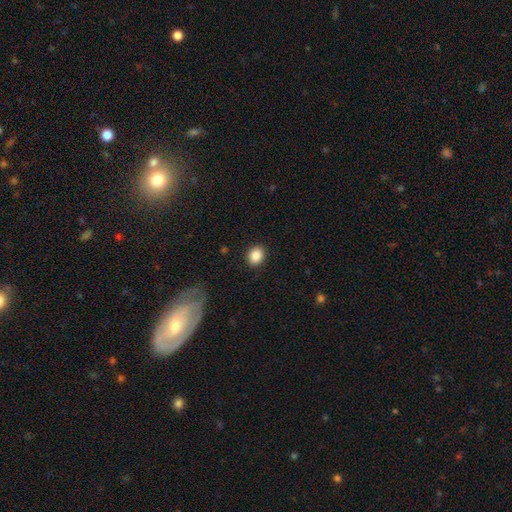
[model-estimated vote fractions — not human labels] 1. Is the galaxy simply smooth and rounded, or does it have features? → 88% smooth, 9% star or artifact, 4% featured or disk.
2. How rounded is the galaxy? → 54% round, 45% in between, 1% cigar-shaped.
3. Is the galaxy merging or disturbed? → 89% none, 7% minor disturbance, 2% major disturbance, 1% merger.